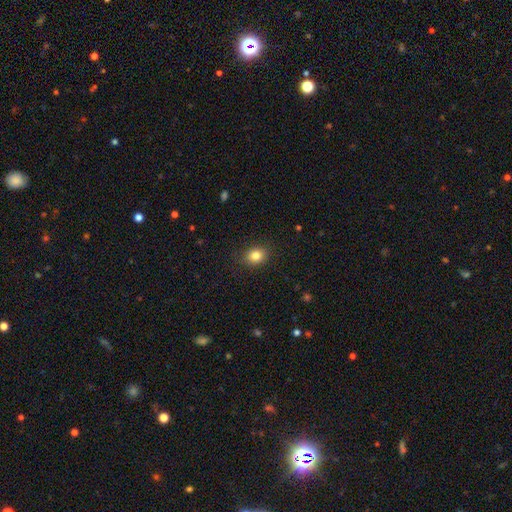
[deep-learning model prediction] A smooth galaxy with no disk features (83%) that is round (52%).

Vote fractions:
- Smooth or featured? smooth: 83% / star or artifact: 10% / featured or disk: 7%
- How rounded? round: 52% / in between: 47% / cigar-shaped: 1%
- Merging? none: 88% / minor disturbance: 9% / major disturbance: 2% / merger: 1%